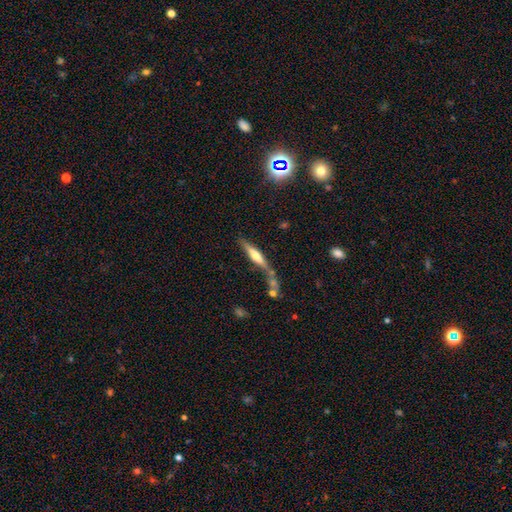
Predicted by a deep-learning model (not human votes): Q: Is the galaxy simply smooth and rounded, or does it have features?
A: featured or disk — 54%.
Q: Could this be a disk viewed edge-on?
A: yes — 92%.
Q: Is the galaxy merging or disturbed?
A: none — 51%.